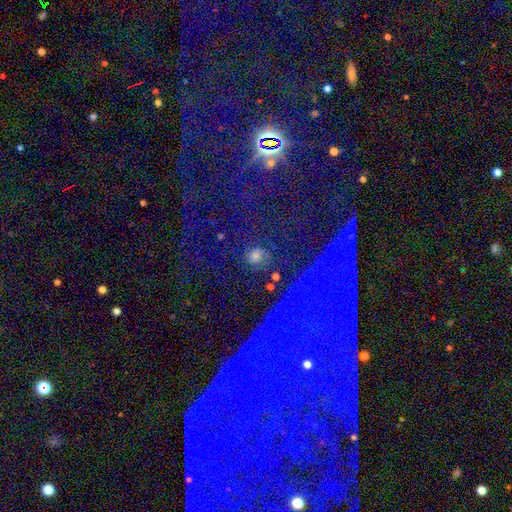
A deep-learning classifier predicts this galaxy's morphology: smooth_or_featured: smooth (p=0.53) [alt: star or artifact p=0.33]
how_rounded: round (p=0.85) [alt: in between p=0.12]
merging: none (p=0.80) [alt: minor disturbance p=0.10]